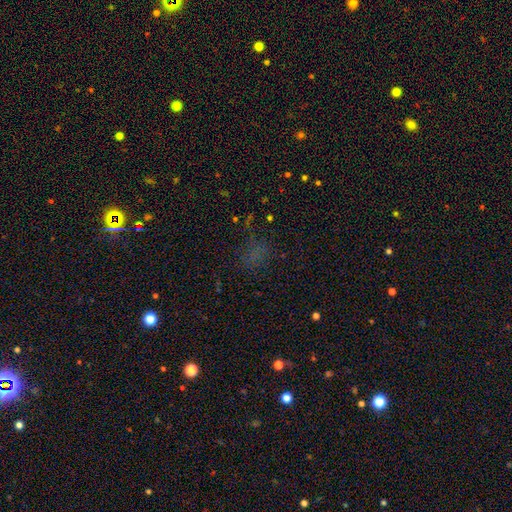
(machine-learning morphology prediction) Smooth or featured? Predicted: star or artifact (p=0.45).